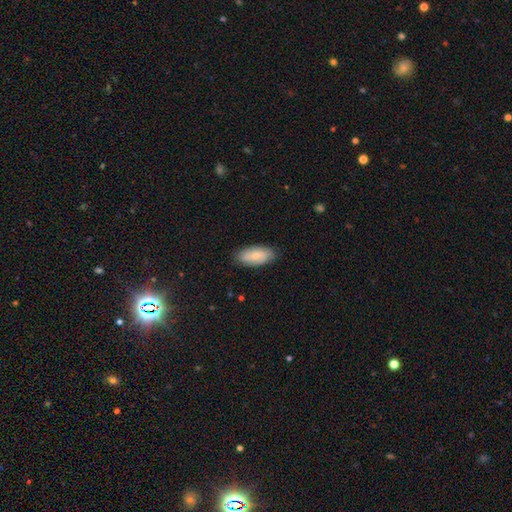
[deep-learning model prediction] Smooth or featured? smooth (57%)
How rounded? in between (91%)
Merging? none (81%)